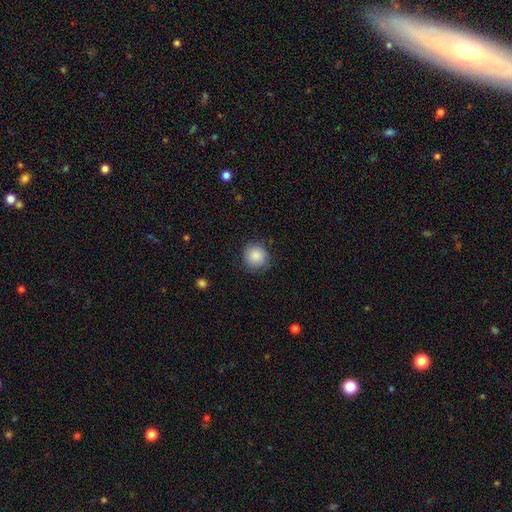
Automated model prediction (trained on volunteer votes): Smooth or featured? smooth (88%)
How rounded? round (92%)
Merging? none (83%)